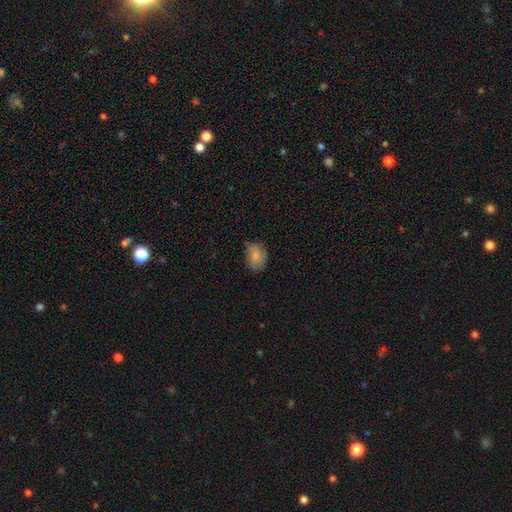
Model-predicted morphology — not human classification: Q: Smooth or featured?
A: smooth (80%); runner-up: featured or disk (13%)
Q: How rounded?
A: in between (66%); runner-up: round (32%)
Q: Merging?
A: none (64%); runner-up: minor disturbance (28%)